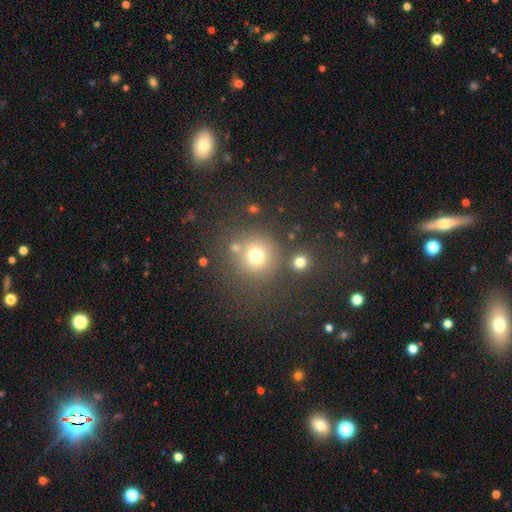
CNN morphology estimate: Overall: smooth (72%). How rounded: round (92%). Merging: none (75%).